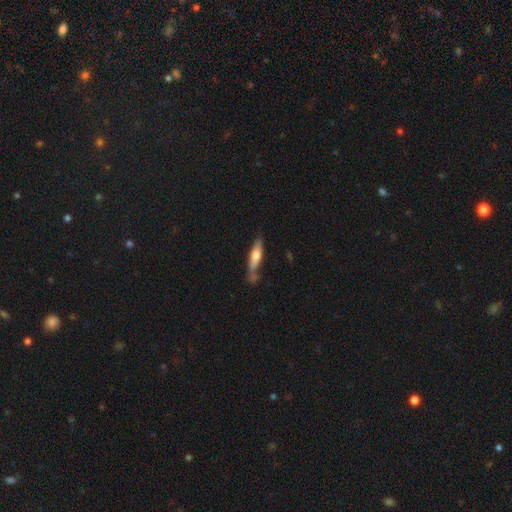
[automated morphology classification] Overall: smooth (55%; featured or disk 39%). How rounded: cigar-shaped (74%). Merging: none (59%; minor disturbance 23%).